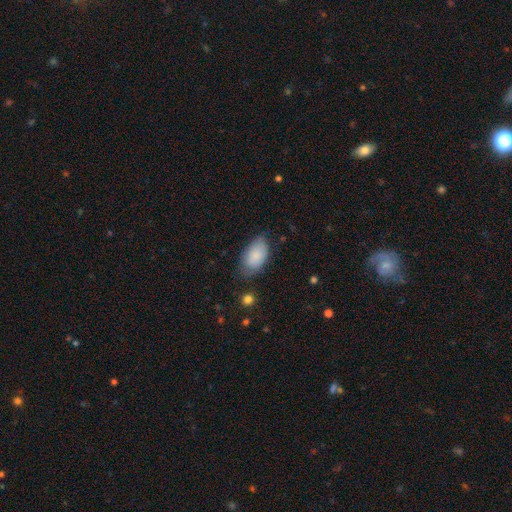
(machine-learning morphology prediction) smooth-or-featured: smooth: 85% | featured or disk: 9% | star or artifact: 6%
  how-rounded: in between: 94% | round: 4% | cigar-shaped: 2%
  merging: none: 67% | minor disturbance: 26% | major disturbance: 6% | merger: 2%